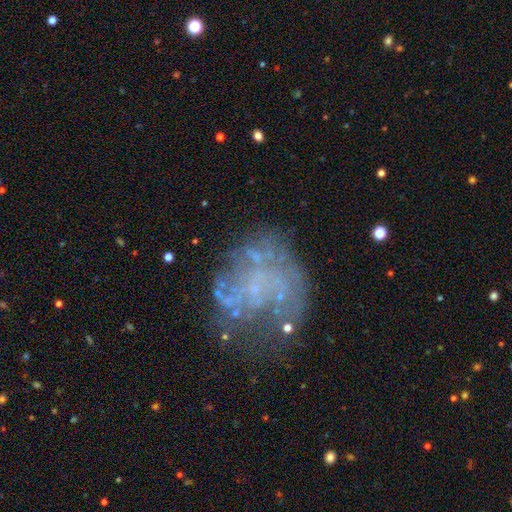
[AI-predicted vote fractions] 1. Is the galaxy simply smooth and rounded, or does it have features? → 63% featured or disk, 19% smooth, 18% star or artifact.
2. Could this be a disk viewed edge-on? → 98% no, 2% yes.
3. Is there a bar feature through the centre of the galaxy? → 87% no, 10% weak, 3% strong.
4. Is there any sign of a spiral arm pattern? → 72% no, 28% yes.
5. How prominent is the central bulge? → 60% none, 30% small, 8% moderate, 2% large, 1% dominant.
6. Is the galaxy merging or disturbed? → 46% none, 28% major disturbance, 18% minor disturbance, 8% merger.